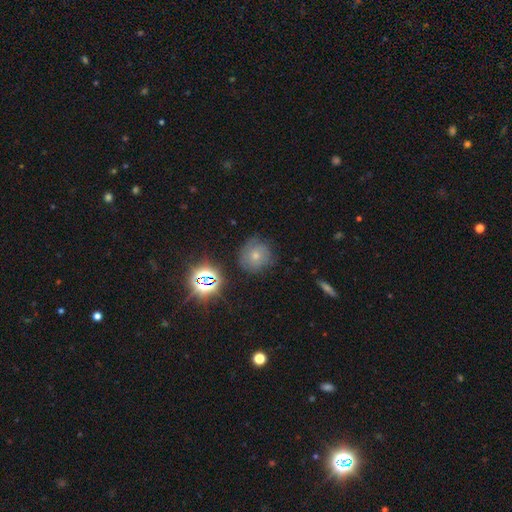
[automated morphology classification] smooth_or_featured: smooth (p=0.56) [alt: featured or disk p=0.22]
how_rounded: round (p=0.88) [alt: in between p=0.11]
merging: none (p=0.74) [alt: minor disturbance p=0.18]